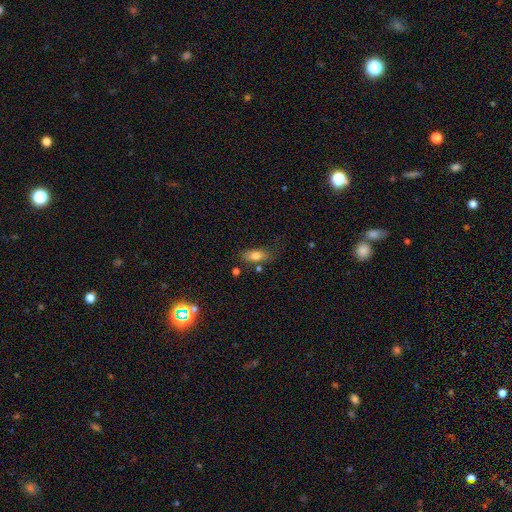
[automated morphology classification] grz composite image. It shows a smooth galaxy with no disk features (77%) that is in between round and cigar-shaped (83%). Merging: none (63%).